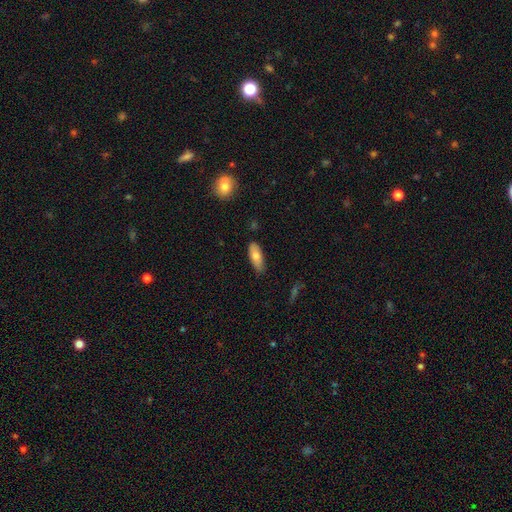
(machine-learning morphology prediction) smooth 74%, featured or disk 19%, star or artifact 7%. Down the decision tree: how rounded — in between (70%); merging — none (82%).